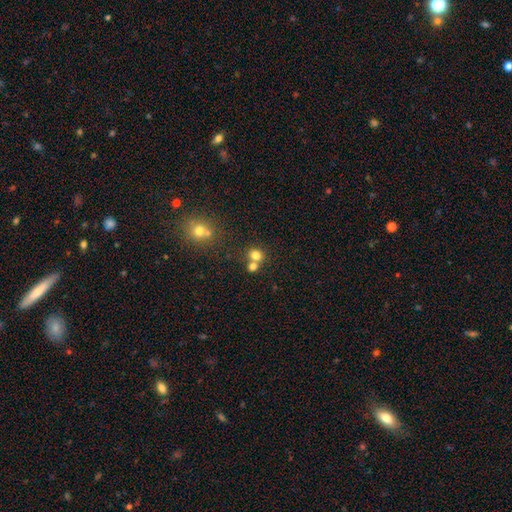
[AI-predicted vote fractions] This appears to be a smooth galaxy with no disk features (76%) that is round (77%). Merging: none (52%).